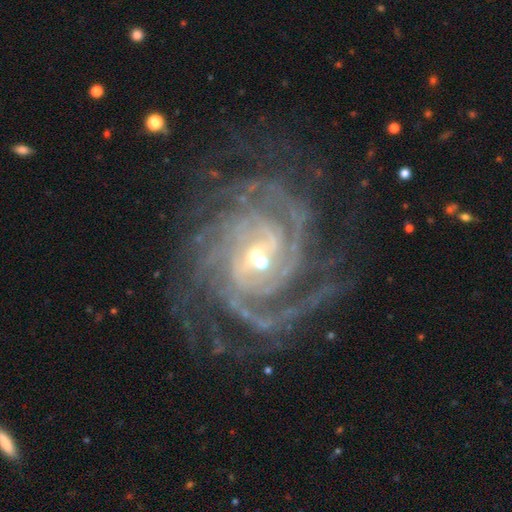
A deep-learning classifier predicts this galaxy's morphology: Smooth or featured? Predicted: featured or disk (p=0.92). Edge-on disk? Predicted: no (p=0.98). Bar? Predicted: weak (p=0.44). Spiral arms? Predicted: yes (p=0.99). Spiral winding? Predicted: tight (p=0.70). Spiral arm count? Predicted: 4 (p=0.24). Bulge size? Predicted: small (p=0.59). Merging? Predicted: none (p=0.72).